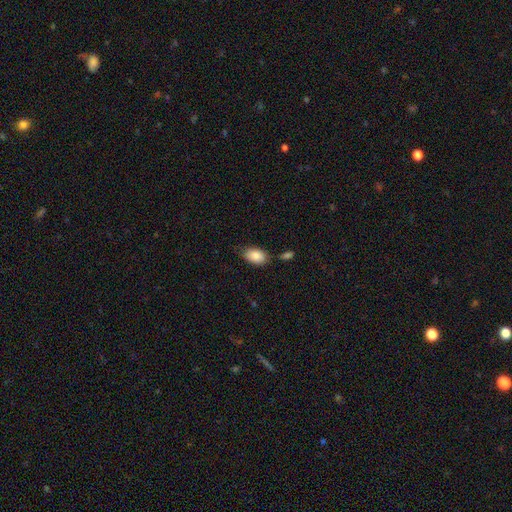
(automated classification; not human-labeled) Q: Smooth or featured?
A: smooth (85%); runner-up: featured or disk (8%)
Q: How rounded?
A: in between (91%); runner-up: round (8%)
Q: Merging?
A: none (71%); runner-up: minor disturbance (18%)